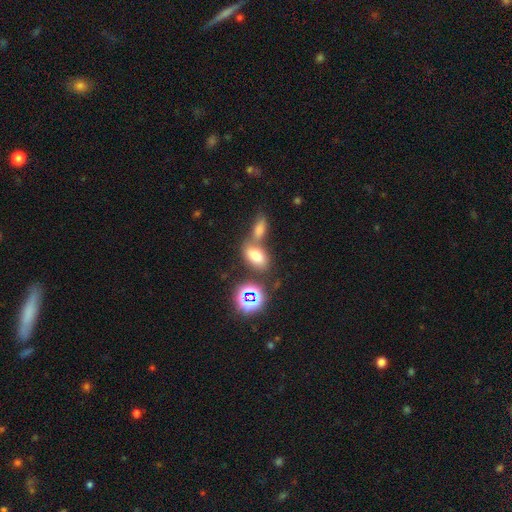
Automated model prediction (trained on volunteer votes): A smooth galaxy with no disk features (73%) that is in between round and cigar-shaped (88%). Merging: merger (42%, tied with none).